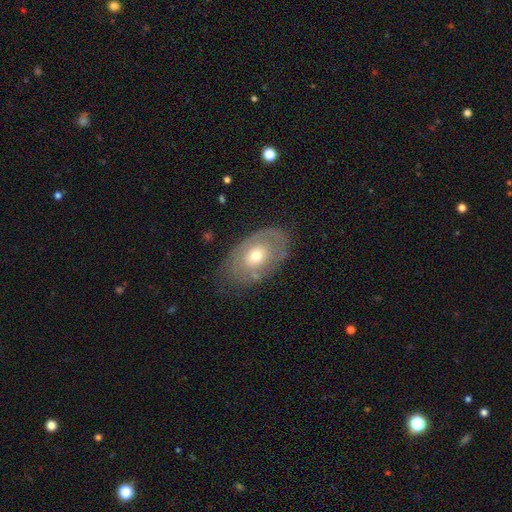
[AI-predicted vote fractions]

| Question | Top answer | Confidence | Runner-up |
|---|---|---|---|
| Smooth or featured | featured or disk | 55% | smooth (39%) |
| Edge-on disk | no | 90% | yes (10%) |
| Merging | none | 68% | minor disturbance (21%) |